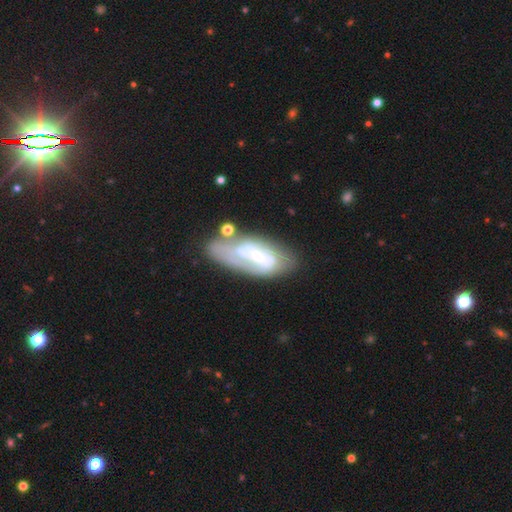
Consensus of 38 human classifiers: This appears to be a featured or disk galaxy (79%) with a weak bar (48%), 2 (89%) tight (42%) spiral arms (66%) and a small central bulge (55%). Merging: none (57%).